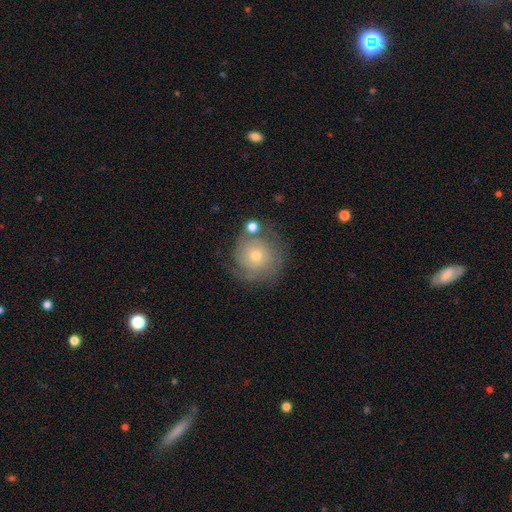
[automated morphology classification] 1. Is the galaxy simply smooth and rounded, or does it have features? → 51% featured or disk, 39% smooth, 10% star or artifact.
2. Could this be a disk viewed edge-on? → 97% no, 3% yes.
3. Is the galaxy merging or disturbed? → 67% none, 17% minor disturbance, 9% major disturbance, 7% merger.